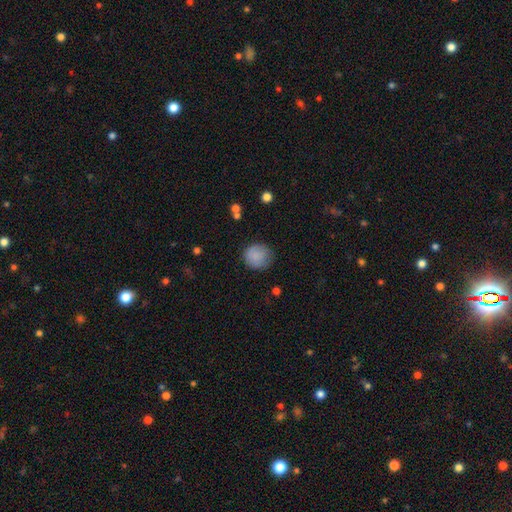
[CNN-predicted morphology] smooth-or-featured: smooth: 85% | star or artifact: 8% | featured or disk: 7%
  how-rounded: round: 86% | in between: 13% | cigar-shaped: 1%
  merging: none: 76% | minor disturbance: 18% | major disturbance: 5% | merger: 1%